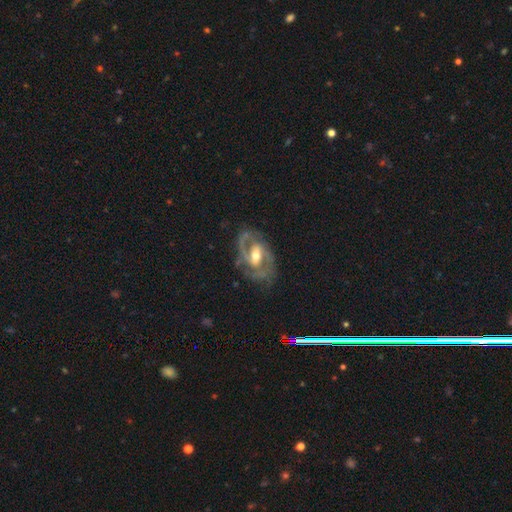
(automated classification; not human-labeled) Smooth or featured?
  - featured or disk: 88% *
  - smooth: 8%
  - star or artifact: 5%
Edge-on disk?
  - no: 97% *
  - yes: 3%
Bar?
  - weak: 46% *
  - strong: 29%
  - no: 26%
Spiral arms?
  - yes: 93% *
  - no: 7%
Spiral winding?
  - medium: 53% *
  - tight: 30%
  - loose: 17%
Spiral arm count?
  - 2: 80% *
  - can't tell: 7%
  - 3: 7%
  - 1: 4%
  - 4: 2%
  - more than 4: 2%
Bulge size?
  - moderate: 70% *
  - small: 20%
  - large: 8%
  - none: 1%
  - dominant: 1%
Merging?
  - none: 70% *
  - minor disturbance: 19%
  - major disturbance: 10%
  - merger: 2%